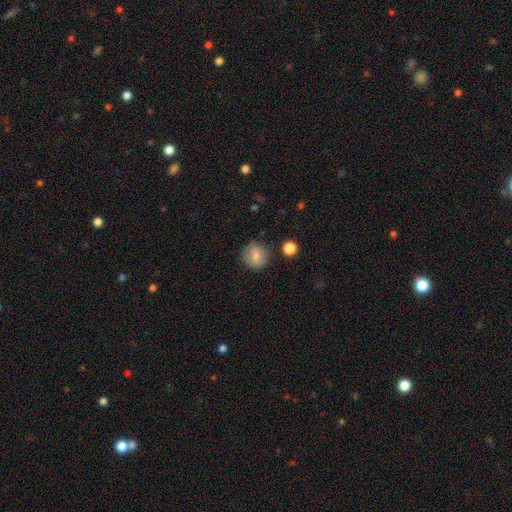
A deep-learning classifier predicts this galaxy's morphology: This is likely a smooth galaxy (79%). How rounded: clearly round (88%). Merging: clearly none (82%).